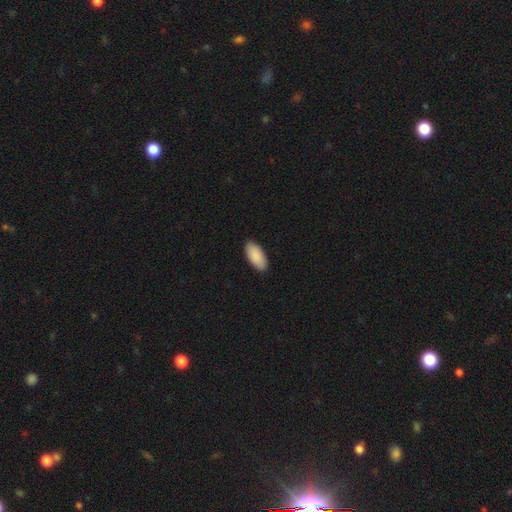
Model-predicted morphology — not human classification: smooth-or-featured: smooth: 91% | star or artifact: 5% | featured or disk: 4%
  how-rounded: in between: 94% | cigar-shaped: 5% | round: 2%
  merging: none: 90% | minor disturbance: 8% | major disturbance: 2% | merger: 1%